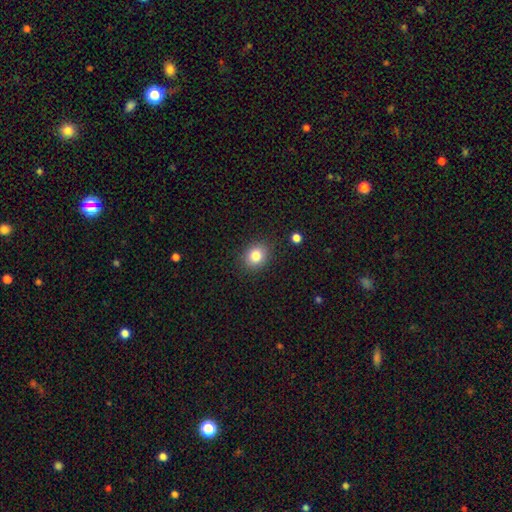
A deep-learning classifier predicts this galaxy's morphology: A smooth galaxy with no disk features (83%) that is round (63%).

Vote fractions:
- Smooth or featured? smooth: 83% / star or artifact: 10% / featured or disk: 7%
- How rounded? round: 63% / in between: 37% / cigar-shaped: 1%
- Merging? none: 87% / minor disturbance: 9% / major disturbance: 3% / merger: 2%